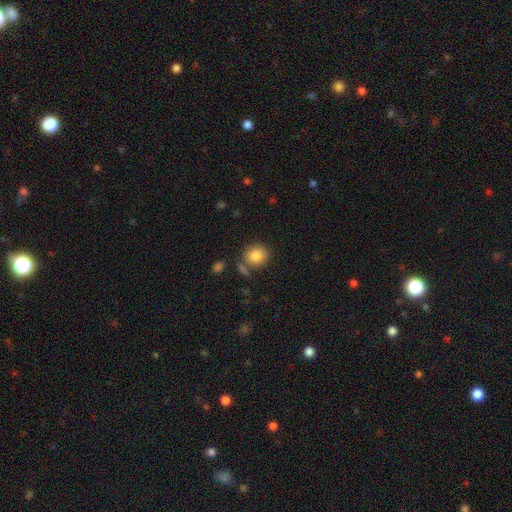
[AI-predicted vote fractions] Smooth or featured? Predicted: smooth (p=0.85). How rounded? Predicted: round (p=0.78). Merging? Predicted: none (p=0.72).